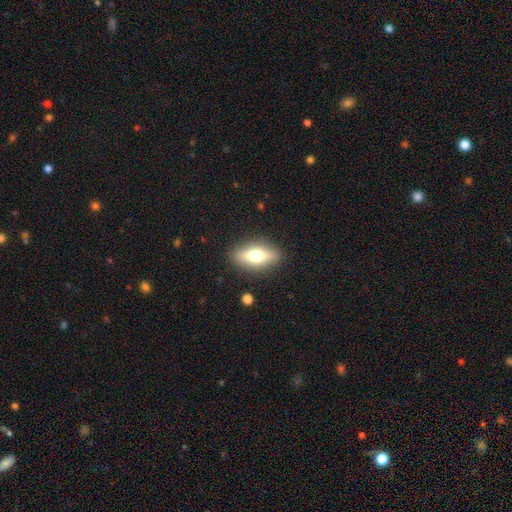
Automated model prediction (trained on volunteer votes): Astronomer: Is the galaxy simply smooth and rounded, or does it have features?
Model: smooth — 54% (runner-up: featured or disk, 38%).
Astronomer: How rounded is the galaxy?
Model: in between — 72%.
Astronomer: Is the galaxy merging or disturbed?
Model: none — 87%.